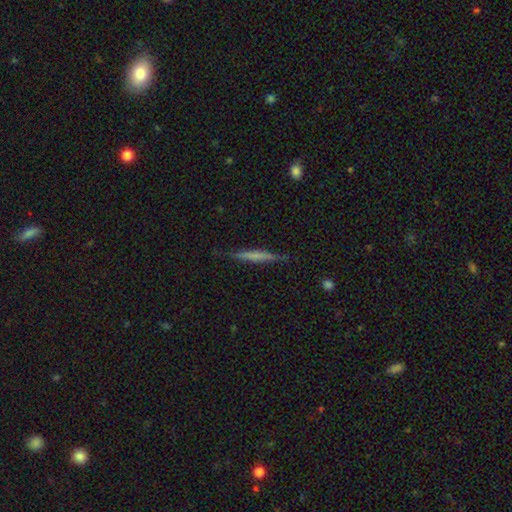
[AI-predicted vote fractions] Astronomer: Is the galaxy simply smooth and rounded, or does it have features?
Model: smooth — 48% (runner-up: featured or disk, 45%).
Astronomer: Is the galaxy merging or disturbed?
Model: none — 85%.